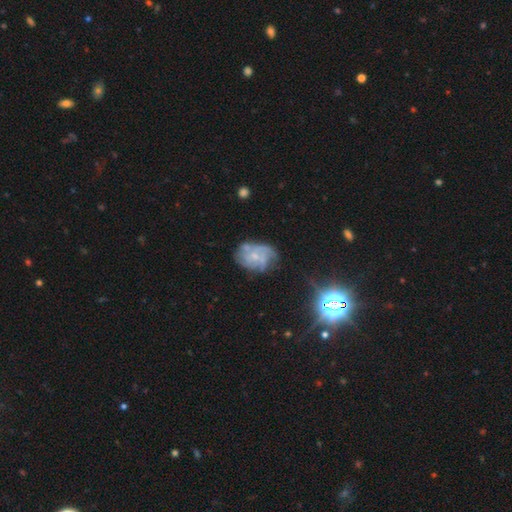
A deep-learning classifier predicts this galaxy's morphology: smooth-or-featured: featured or disk: 67% | smooth: 21% | star or artifact: 11%
  disk-edge-on: no: 97% | yes: 3%
    bar: no: 74% | weak: 22% | strong: 3%
    has-spiral-arms: yes: 77% | no: 23%
      spiral-winding: tight: 44% | medium: 37% | loose: 19%
      spiral-arm-count: can't tell: 44% | 4: 18% | 3: 17% | 2: 10% | more than 4: 6% | 1: 5%
    bulge-size: small: 63% | moderate: 22% | none: 13% | large: 1% | dominant: 1%
  merging: none: 54% | minor disturbance: 25% | major disturbance: 16% | merger: 5%